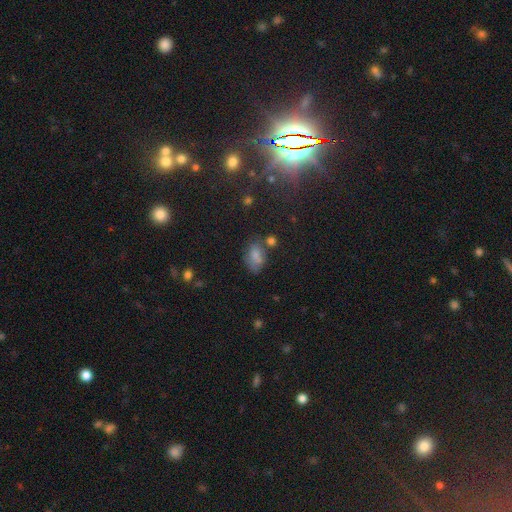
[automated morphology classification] Q: Smooth or featured?
A: smooth (73%); runner-up: star or artifact (15%)
Q: How rounded?
A: in between (87%); runner-up: round (11%)
Q: Merging?
A: none (52%); runner-up: minor disturbance (25%)